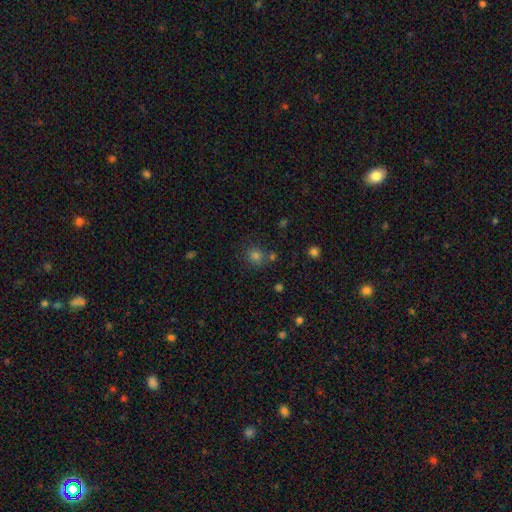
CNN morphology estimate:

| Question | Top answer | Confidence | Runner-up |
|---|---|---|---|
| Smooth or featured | smooth | 70% | star or artifact (23%) |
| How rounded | round | 80% | in between (19%) |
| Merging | none | 73% | merger (13%) |